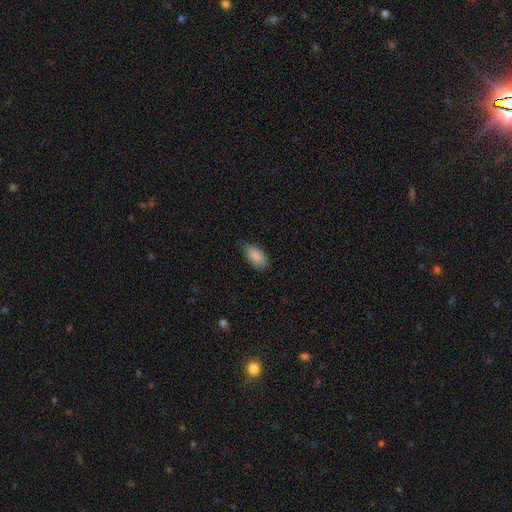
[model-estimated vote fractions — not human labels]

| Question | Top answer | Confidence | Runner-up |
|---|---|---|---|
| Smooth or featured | smooth | 88% | star or artifact (7%) |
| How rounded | in between | 93% | cigar-shaped (5%) |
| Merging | none | 75% | minor disturbance (21%) |